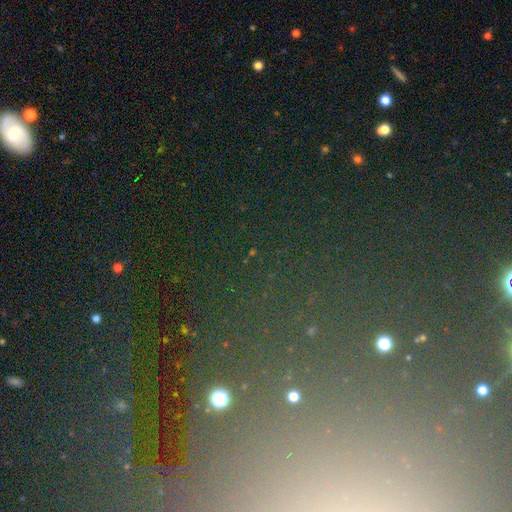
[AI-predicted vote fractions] Overall: star or artifact (69%).